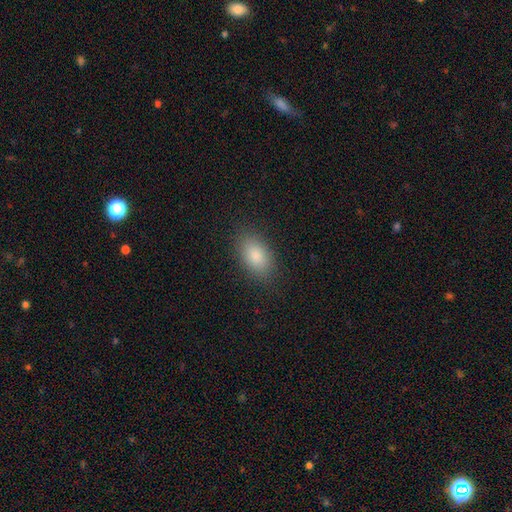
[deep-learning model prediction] A smooth galaxy with no disk features (85%) that is in between round and cigar-shaped (91%).

Vote fractions:
- Smooth or featured? smooth: 85% / star or artifact: 8% / featured or disk: 7%
- How rounded? in between: 91% / round: 7% / cigar-shaped: 2%
- Merging? none: 86% / minor disturbance: 10% / major disturbance: 3% / merger: 1%